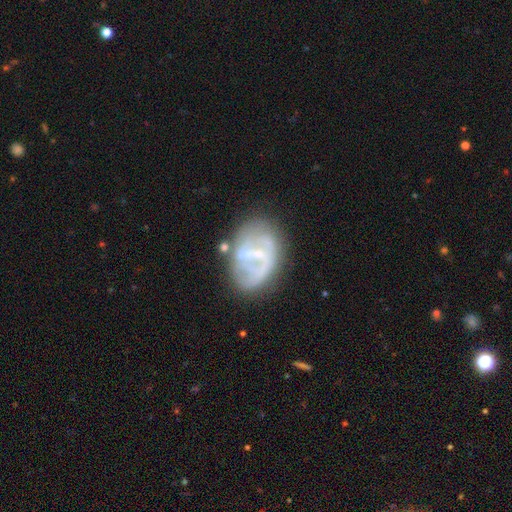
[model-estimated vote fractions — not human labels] The model was most divided on "bar": weak: 43%, strong: 38%, no: 19%. More confident: edge-on disk — no (96%); smooth or featured — featured or disk (73%); bulge size — small (63%); spiral arms — yes (62%); merging — none (56%).